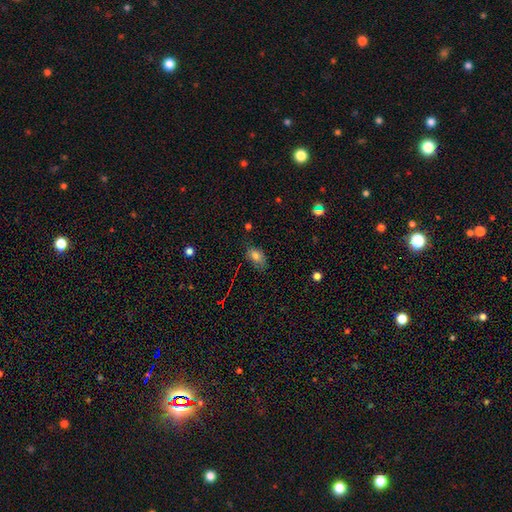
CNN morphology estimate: Smooth or featured? smooth (77%)
How rounded? in between (88%)
Merging? none (65%)